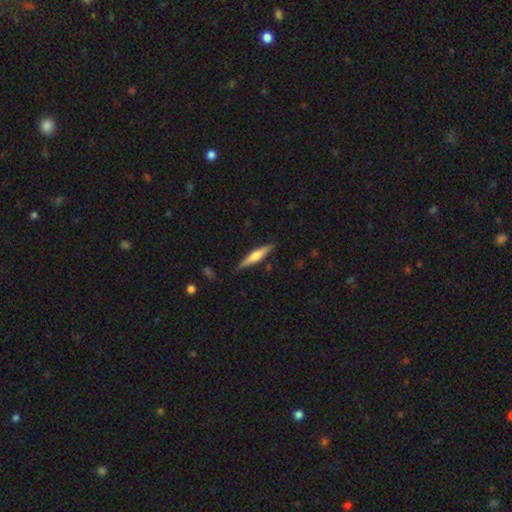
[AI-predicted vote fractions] This appears to be a featured or disk galaxy (48%). Merging: none (87%).